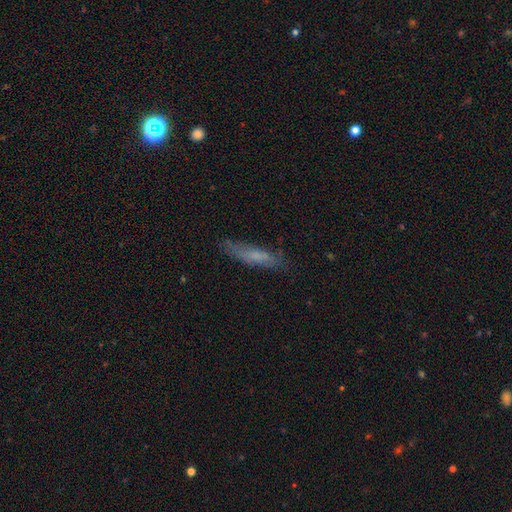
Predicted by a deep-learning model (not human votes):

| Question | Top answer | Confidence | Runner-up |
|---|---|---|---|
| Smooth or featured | smooth | 61% | featured or disk (31%) |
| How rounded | cigar-shaped | 82% | in between (16%) |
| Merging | none | 75% | minor disturbance (18%) |